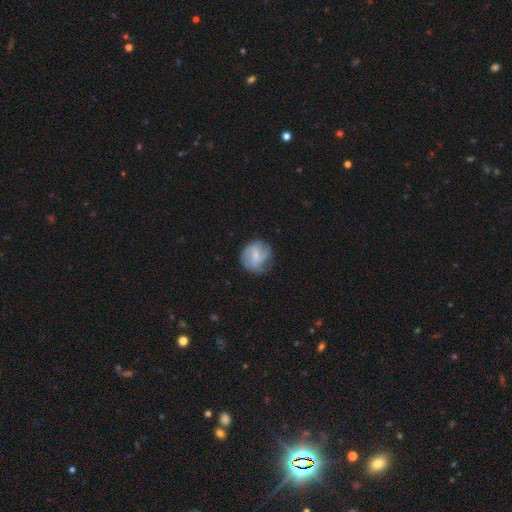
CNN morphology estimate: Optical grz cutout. It shows a featured or disk galaxy (49%). Merging: none (62%).